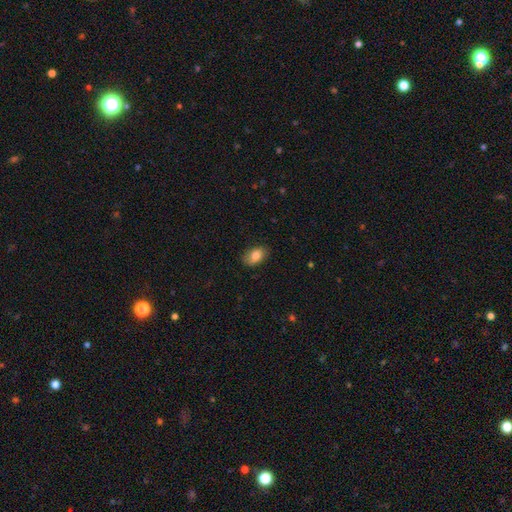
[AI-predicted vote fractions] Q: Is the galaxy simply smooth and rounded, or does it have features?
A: smooth — 81%.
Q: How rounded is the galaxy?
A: in between — 91%.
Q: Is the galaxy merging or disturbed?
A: none — 83%.